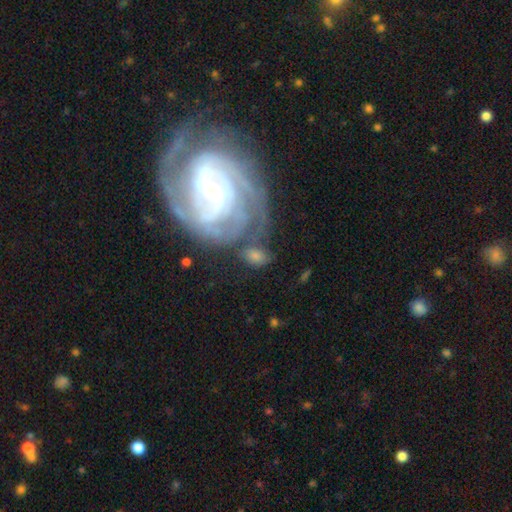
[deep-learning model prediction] Morphology: type=smooth (57%); roundness=in between (81%); merging=none (53%).